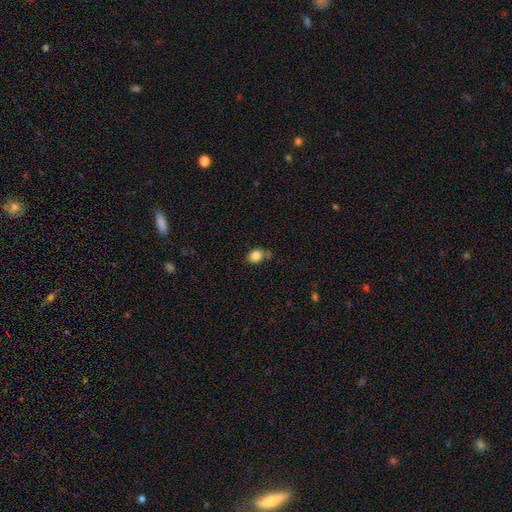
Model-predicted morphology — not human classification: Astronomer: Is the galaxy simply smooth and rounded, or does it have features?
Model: smooth — 84%.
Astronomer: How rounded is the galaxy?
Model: round — 53% (runner-up: in between, 46%).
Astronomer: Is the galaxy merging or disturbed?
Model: none — 66%.